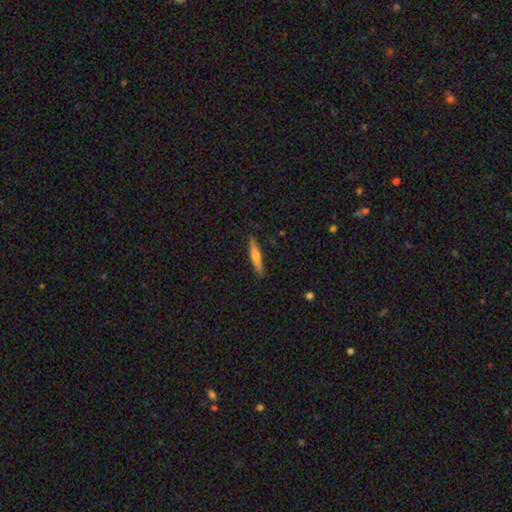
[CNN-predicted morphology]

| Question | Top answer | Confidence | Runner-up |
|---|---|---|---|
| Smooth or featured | smooth | 52% | featured or disk (42%) |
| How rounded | cigar-shaped | 91% | in between (8%) |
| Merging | none | 89% | minor disturbance (8%) |